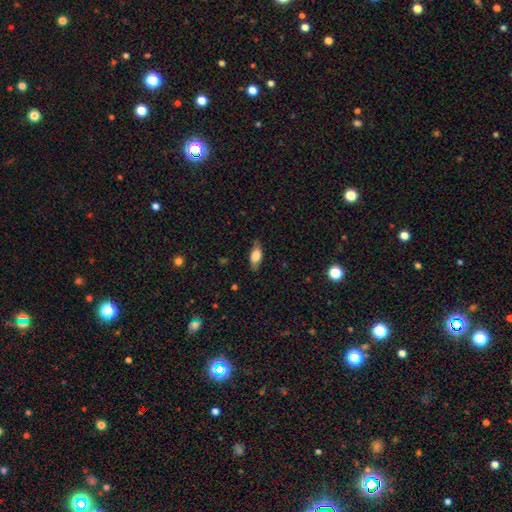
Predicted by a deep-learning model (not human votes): Smooth or featured? smooth (77%)
How rounded? in between (83%)
Merging? none (78%)